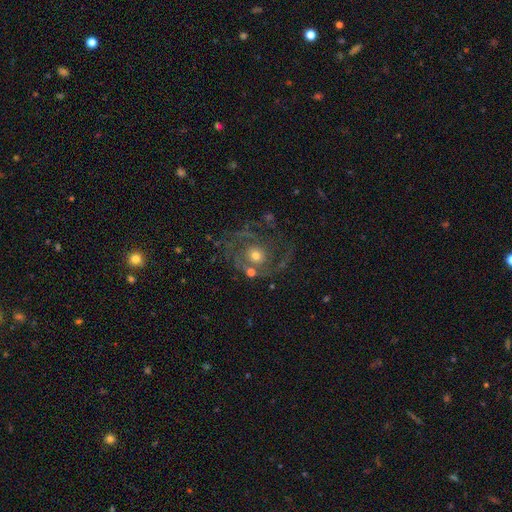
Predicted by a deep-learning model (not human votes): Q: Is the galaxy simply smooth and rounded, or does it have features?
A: featured or disk — 77%.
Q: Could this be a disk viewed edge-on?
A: no — 97%.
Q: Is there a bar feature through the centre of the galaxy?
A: no — 81%.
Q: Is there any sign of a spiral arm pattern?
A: yes — 85%.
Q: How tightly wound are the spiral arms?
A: tight — 44%.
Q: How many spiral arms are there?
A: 2 — 40%.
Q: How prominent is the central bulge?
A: moderate — 62%.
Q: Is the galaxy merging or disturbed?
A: none — 62%.